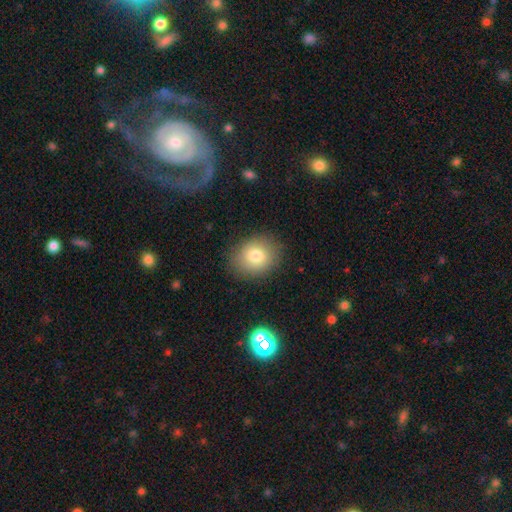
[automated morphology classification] Overall: smooth (79%). How rounded: round (57%; in between 42%). Merging: none (86%).